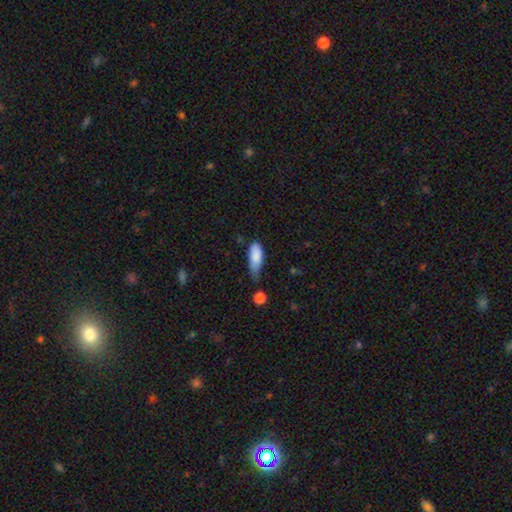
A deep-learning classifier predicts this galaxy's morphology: smooth 85%, featured or disk 8%, star or artifact 7%. Down the decision tree: how rounded — in between (80%); merging — minor disturbance (49%).